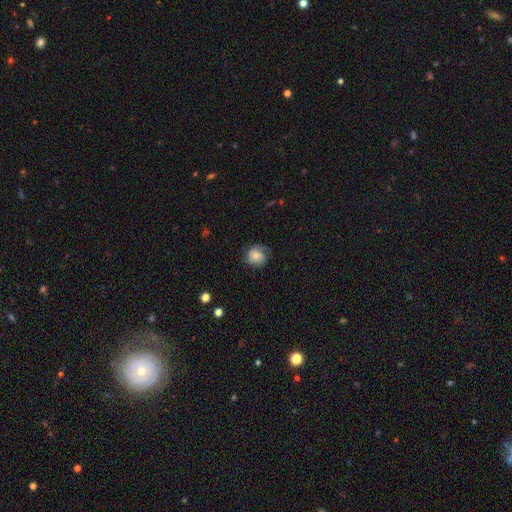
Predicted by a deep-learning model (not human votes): This is possibly a smooth galaxy (56%). How rounded: likely round (75%). Merging: likely none (64%).